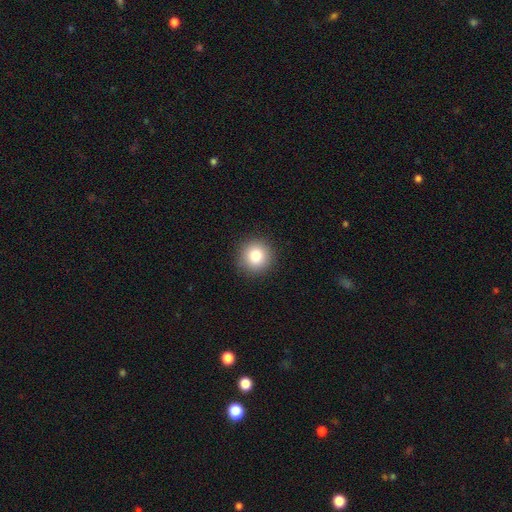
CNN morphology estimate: This is clearly a smooth galaxy (84%). How rounded: clearly round (93%). Merging: clearly none (91%).